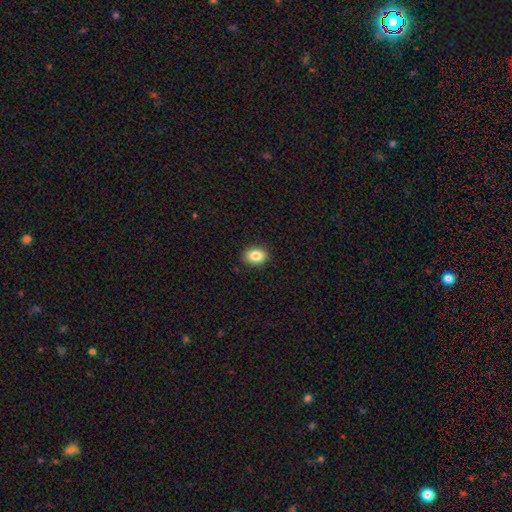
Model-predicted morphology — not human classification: The model was most divided on "how rounded": in between: 74%, round: 25%, cigar-shaped: 1%. More confident: merging — none (90%); smooth or featured — smooth (86%).